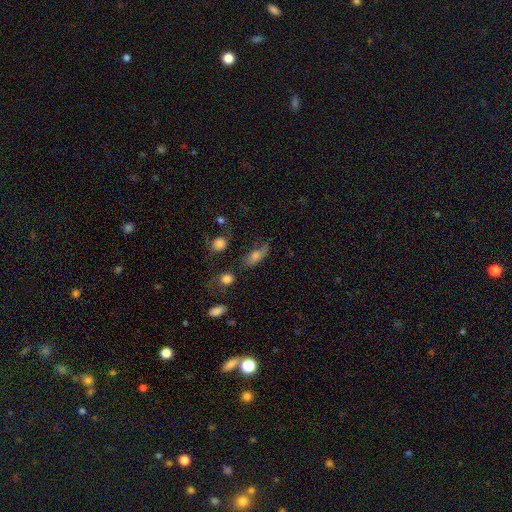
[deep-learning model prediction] Morphology: type=smooth (66%); roundness=in between (75%); merging=none (47%).